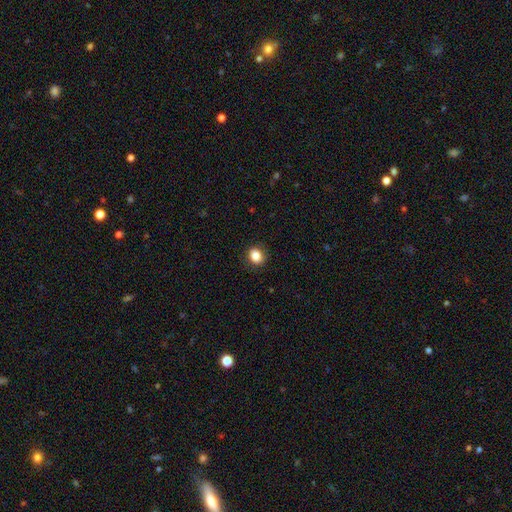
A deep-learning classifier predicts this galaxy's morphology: Overall: smooth (86%). How rounded: round (57%; in between 42%). Merging: none (89%).